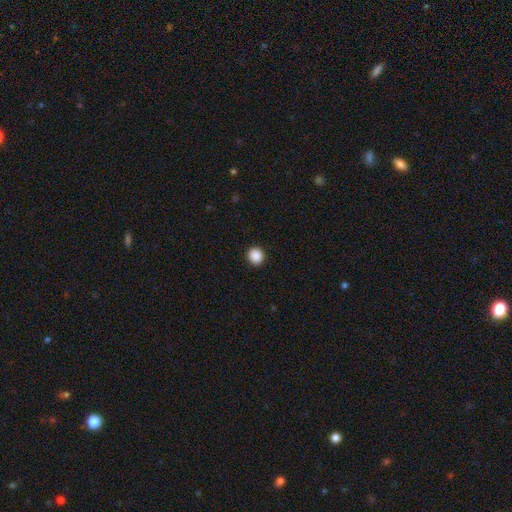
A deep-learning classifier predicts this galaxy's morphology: smooth-or-featured: smooth: 89% | star or artifact: 9% | featured or disk: 2%
  how-rounded: round: 87% | in between: 12% | cigar-shaped: 1%
  merging: none: 92% | minor disturbance: 5% | major disturbance: 2% | merger: 1%